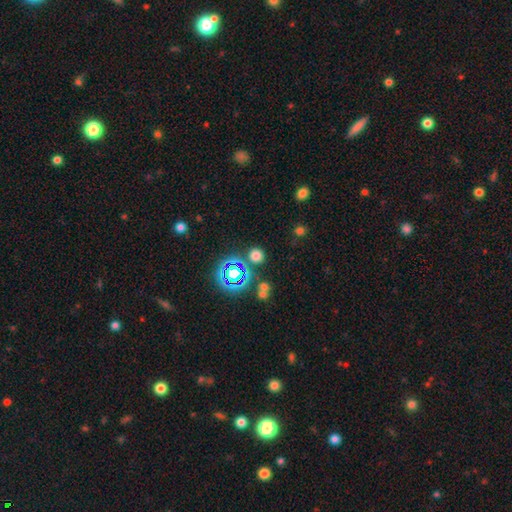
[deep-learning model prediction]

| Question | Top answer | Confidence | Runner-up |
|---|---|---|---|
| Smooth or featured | smooth | 67% | star or artifact (27%) |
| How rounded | round | 89% | in between (10%) |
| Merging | none | 80% | merger (8%) |